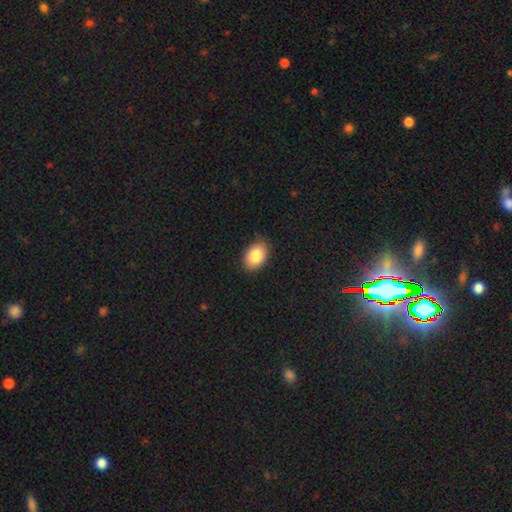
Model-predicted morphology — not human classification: Smooth or featured? smooth (83%)
How rounded? in between (81%)
Merging? none (83%)